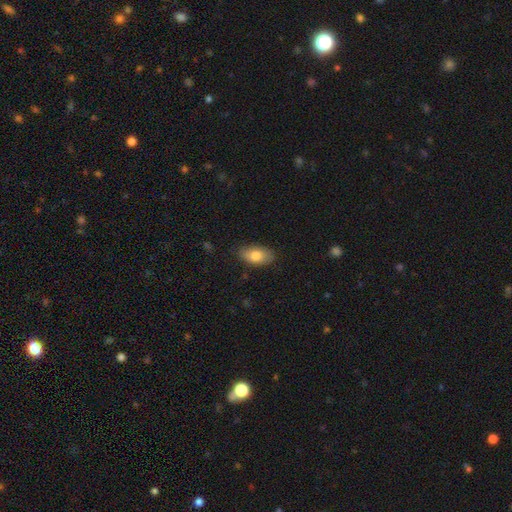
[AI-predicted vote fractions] Smooth or featured?
  - smooth: 80% *
  - featured or disk: 14%
  - star or artifact: 7%
How rounded?
  - in between: 92% *
  - round: 5%
  - cigar-shaped: 3%
Merging?
  - none: 83% *
  - minor disturbance: 13%
  - major disturbance: 2%
  - merger: 1%